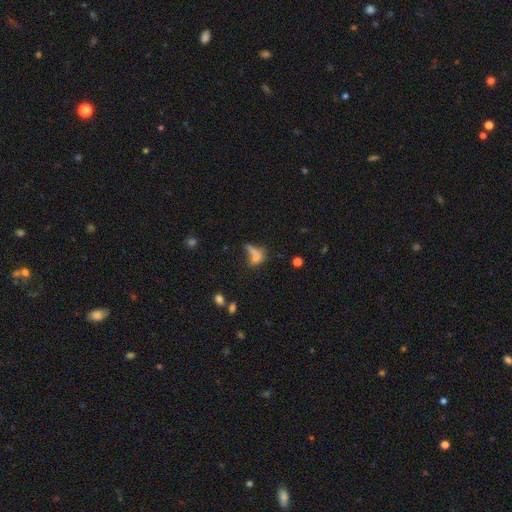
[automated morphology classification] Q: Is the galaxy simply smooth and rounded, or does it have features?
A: smooth — 65%.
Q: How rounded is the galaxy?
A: in between — 60%.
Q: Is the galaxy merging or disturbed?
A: none — 32%, tied with merger.